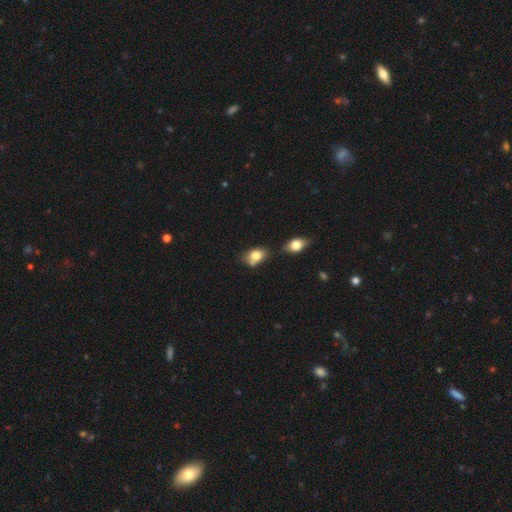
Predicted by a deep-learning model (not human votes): Smooth or featured: smooth — 74% (featured or disk — 16%)
How rounded: in between — 75% (round — 23%)
Merging: none — 38% (merger — 32%)